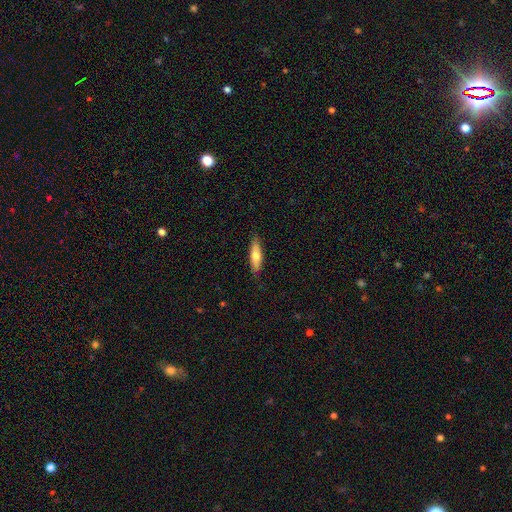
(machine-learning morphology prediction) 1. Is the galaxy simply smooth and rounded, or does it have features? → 64% smooth, 30% featured or disk, 6% star or artifact.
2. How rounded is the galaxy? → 64% cigar-shaped, 34% in between, 2% round.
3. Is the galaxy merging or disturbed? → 86% none, 11% minor disturbance, 2% major disturbance, 1% merger.